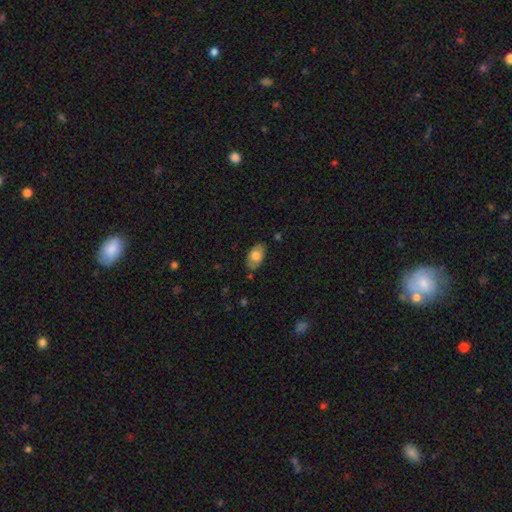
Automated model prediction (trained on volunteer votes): This is likely a smooth galaxy (71%). How rounded: clearly in between (93%). Merging: likely none (76%).